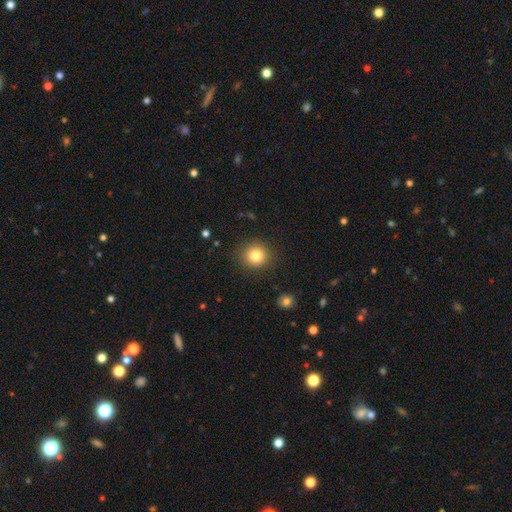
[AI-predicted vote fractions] Smooth or featured?
  - smooth: 83% *
  - star or artifact: 11%
  - featured or disk: 7%
How rounded?
  - round: 91% *
  - in between: 8%
  - cigar-shaped: 1%
Merging?
  - none: 89% *
  - minor disturbance: 7%
  - major disturbance: 3%
  - merger: 1%